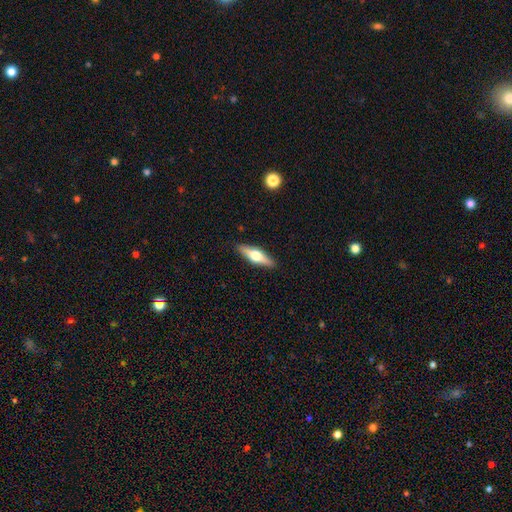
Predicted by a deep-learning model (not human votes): smooth_or_featured: featured or disk (p=0.55) [alt: smooth p=0.39]
disk_edge_on: yes (p=0.94) [alt: no p=0.06]
edge_on_bulge: rounded (p=0.95) [alt: boxy p=0.04]
merging: none (p=0.90) [alt: minor disturbance p=0.07]